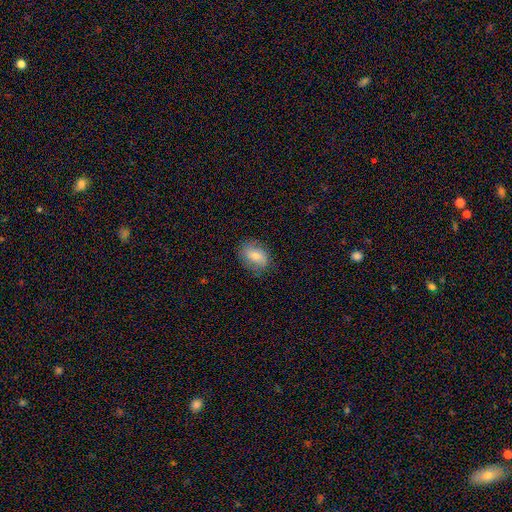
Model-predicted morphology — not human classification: This is likely a smooth galaxy (68%). How rounded: likely in between (78%). Merging: clearly none (80%).